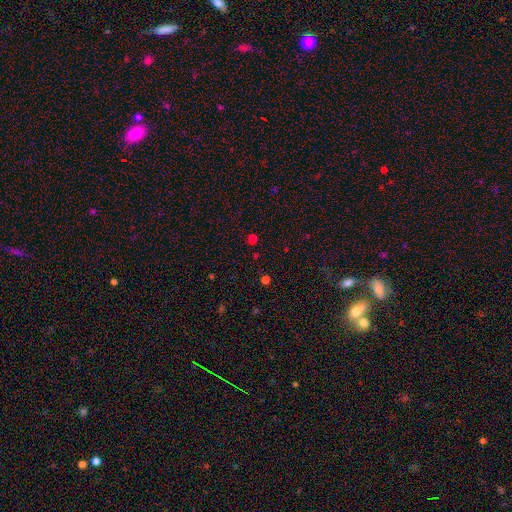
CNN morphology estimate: type=smooth (57%); roundness=round (80%); merging=none (86%).